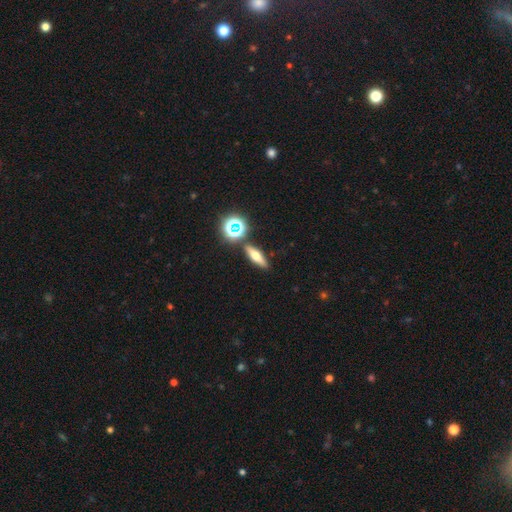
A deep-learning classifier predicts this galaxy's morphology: The model was most divided on "smooth or featured": smooth: 49%, featured or disk: 36%, star or artifact: 16%. More confident: merging — none (85%).